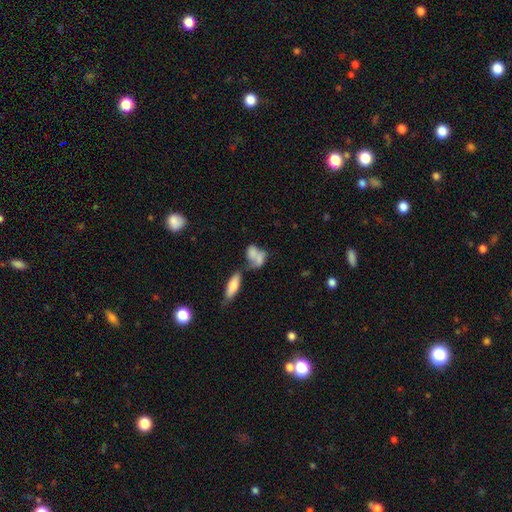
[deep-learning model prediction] A smooth galaxy with no disk features (69%) that is in between round and cigar-shaped (75%). Merging: merger (56%).